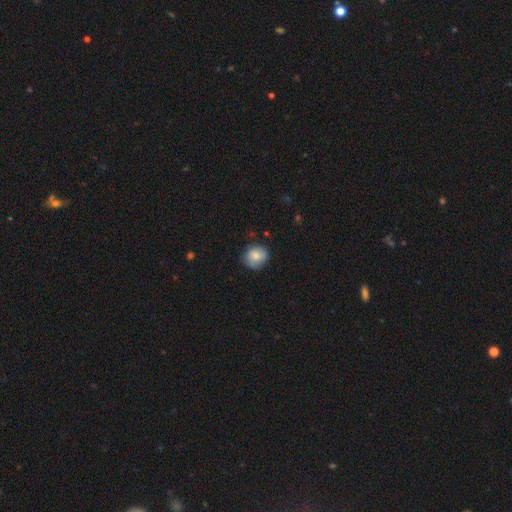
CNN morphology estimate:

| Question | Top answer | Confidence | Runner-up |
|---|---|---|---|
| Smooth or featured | smooth | 80% | featured or disk (12%) |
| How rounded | round | 81% | in between (18%) |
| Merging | none | 76% | minor disturbance (19%) |